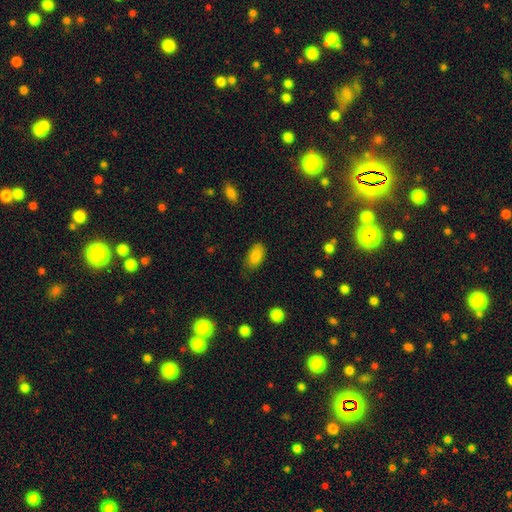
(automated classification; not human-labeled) The model was most divided on "merging": none: 77%, minor disturbance: 18%, major disturbance: 4%, merger: 1%. More confident: how rounded — in between (93%); smooth or featured — smooth (85%).